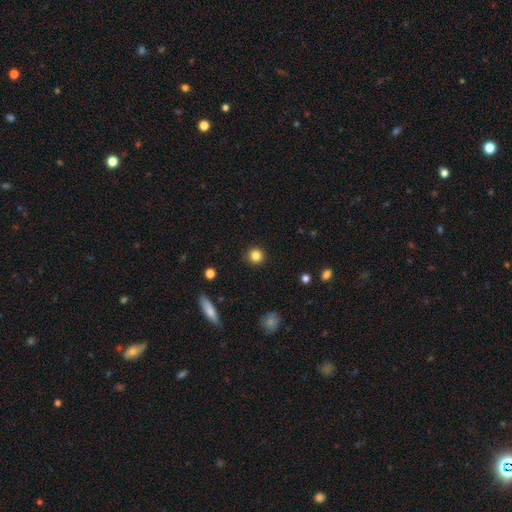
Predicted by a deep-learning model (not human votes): Smooth or featured?
  - smooth: 84% *
  - star or artifact: 11%
  - featured or disk: 5%
How rounded?
  - round: 94% *
  - in between: 5%
  - cigar-shaped: 1%
Merging?
  - none: 91% *
  - minor disturbance: 6%
  - major disturbance: 2%
  - merger: 1%